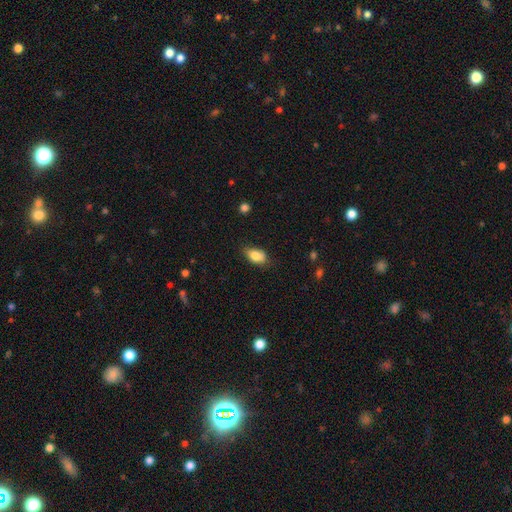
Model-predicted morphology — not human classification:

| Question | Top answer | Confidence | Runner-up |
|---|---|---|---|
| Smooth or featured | smooth | 83% | featured or disk (9%) |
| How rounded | in between | 90% | round (7%) |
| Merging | none | 75% | minor disturbance (20%) |